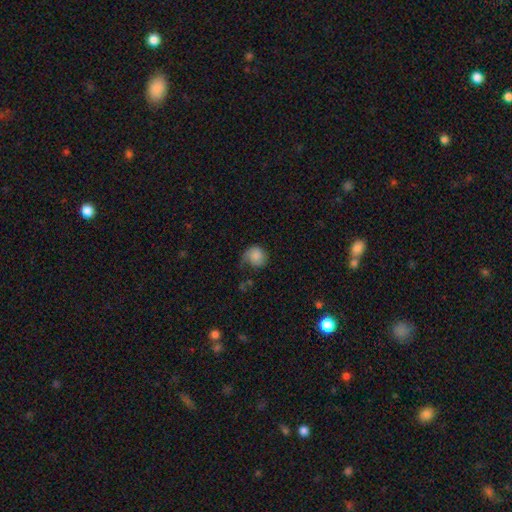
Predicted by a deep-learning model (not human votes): This appears to be a smooth galaxy with no disk features (73%) that is round (77%). Merging: none (40%).